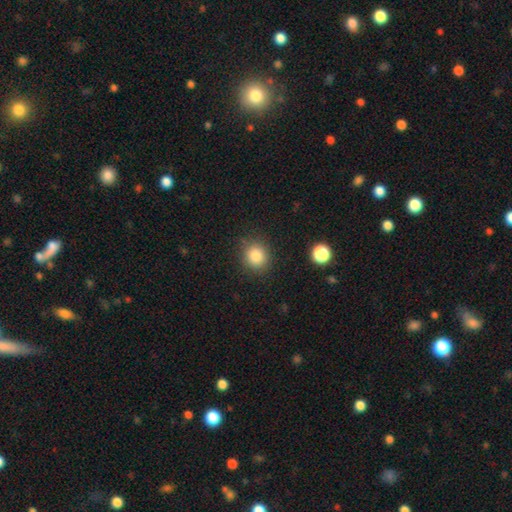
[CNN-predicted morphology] The model was most divided on "how rounded": round: 82%, in between: 17%, cigar-shaped: 1%. More confident: merging — none (86%); smooth or featured — smooth (85%).